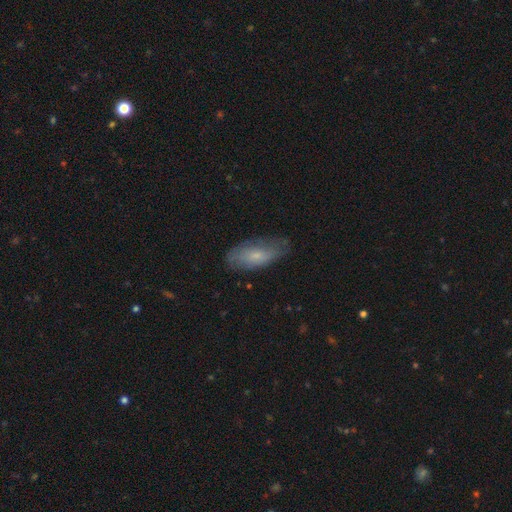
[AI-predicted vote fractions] A smooth galaxy with no disk features (65%) that is in between round and cigar-shaped (80%).

Vote fractions:
- Smooth or featured? smooth: 65% / featured or disk: 28% / star or artifact: 7%
- How rounded? in between: 80% / cigar-shaped: 18% / round: 2%
- Merging? none: 67% / minor disturbance: 25% / major disturbance: 7% / merger: 1%